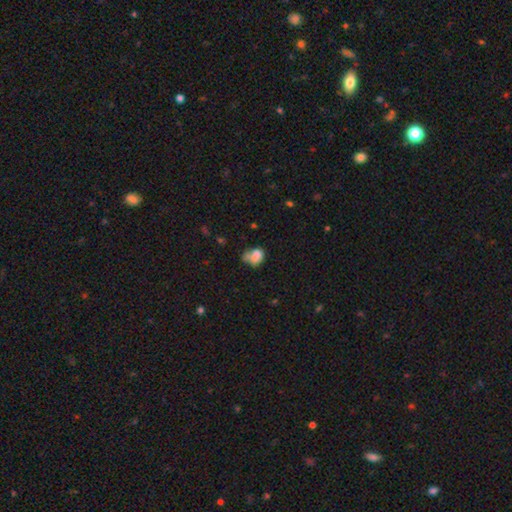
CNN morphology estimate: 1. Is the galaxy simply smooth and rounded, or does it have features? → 73% smooth, 16% featured or disk, 11% star or artifact.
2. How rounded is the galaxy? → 63% in between, 35% round, 1% cigar-shaped.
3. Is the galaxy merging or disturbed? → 31% merger, 28% none, 24% minor disturbance, 16% major disturbance.